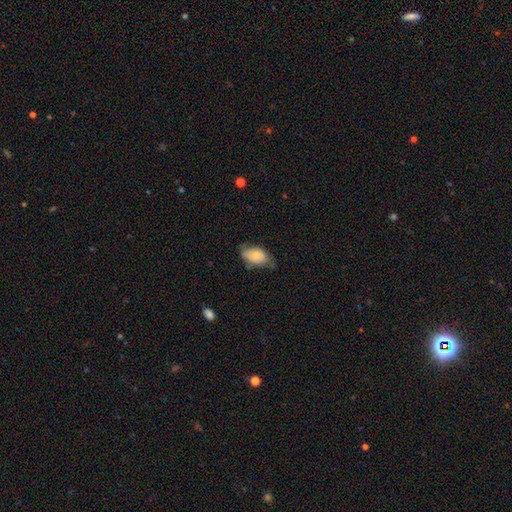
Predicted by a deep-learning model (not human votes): smooth_or_featured: smooth (p=0.67) [alt: featured or disk p=0.26]
how_rounded: in between (p=0.91) [alt: round p=0.07]
merging: none (p=0.54) [alt: minor disturbance p=0.34]